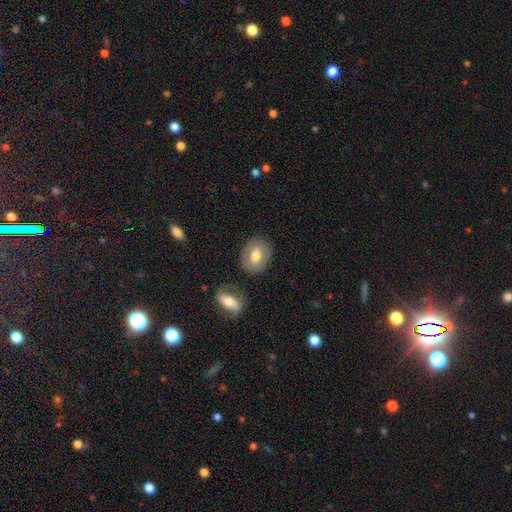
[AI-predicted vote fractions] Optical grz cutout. It shows a smooth galaxy with no disk features (69%) that is in between round and cigar-shaped (61%). Merging: none (78%).